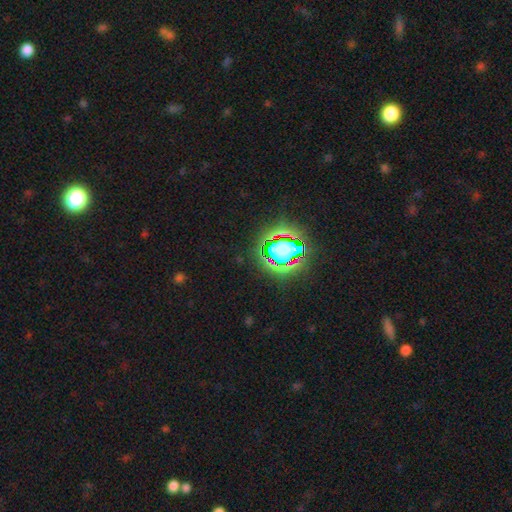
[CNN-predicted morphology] Smooth or featured? Predicted: star or artifact (p=0.79).